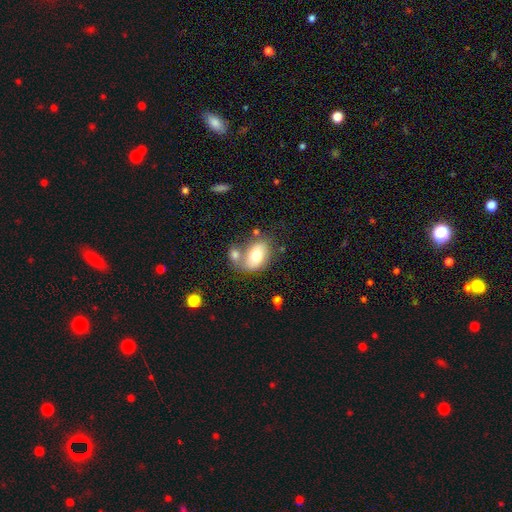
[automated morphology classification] This is likely a smooth galaxy (66%). How rounded: clearly in between (82%). Merging: marginally none (41%).